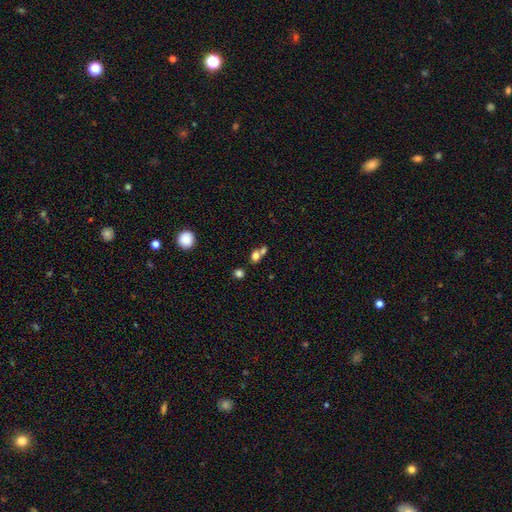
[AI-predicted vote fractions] A smooth galaxy with no disk features (75%) that is round (50%).

Vote fractions:
- Smooth or featured? smooth: 75% / star or artifact: 13% / featured or disk: 12%
- How rounded? round: 50% / in between: 47% / cigar-shaped: 3%
- Merging? merger: 47% / none: 40% / minor disturbance: 8% / major disturbance: 4%